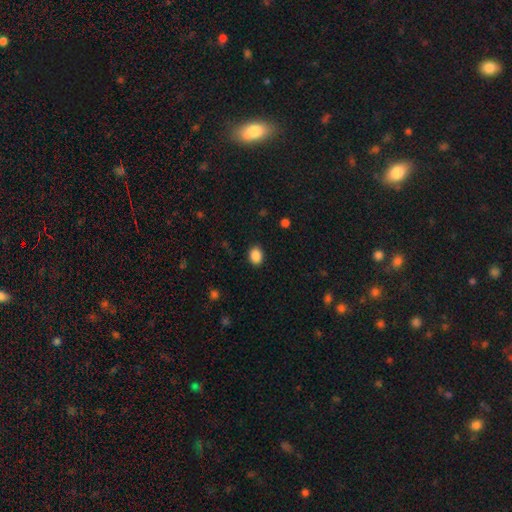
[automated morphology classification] Smooth or featured? Predicted: smooth (p=0.88). How rounded? Predicted: in between (p=0.55). Merging? Predicted: none (p=0.89).